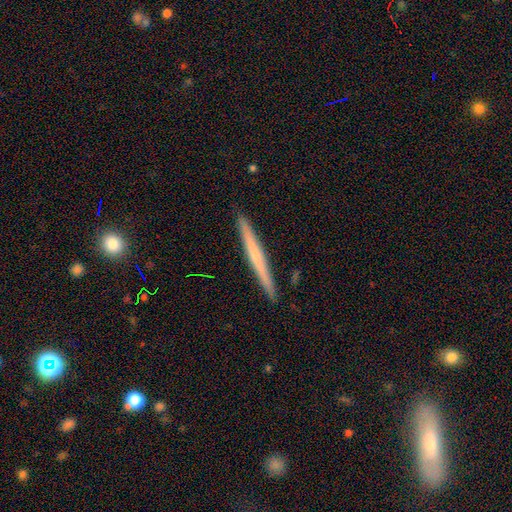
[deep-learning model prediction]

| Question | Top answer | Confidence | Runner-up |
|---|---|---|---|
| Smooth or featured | featured or disk | 55% | smooth (39%) |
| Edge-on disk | yes | 98% | no (2%) |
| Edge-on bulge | none | 59% | rounded (36%) |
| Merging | none | 93% | minor disturbance (5%) |